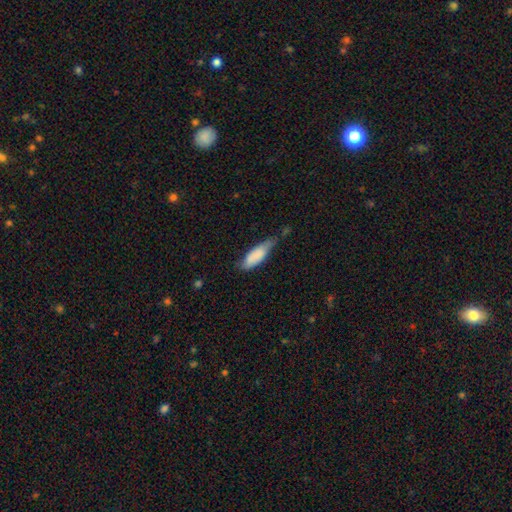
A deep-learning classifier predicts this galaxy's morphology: type=smooth (82%); roundness=in between (61%); merging=minor disturbance (46%).